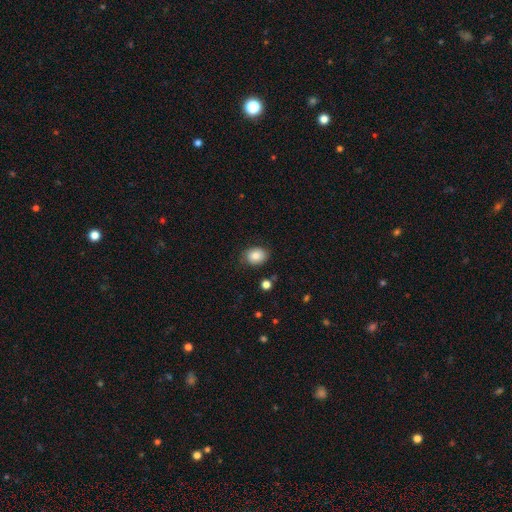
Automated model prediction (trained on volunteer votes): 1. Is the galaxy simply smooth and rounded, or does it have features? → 85% smooth, 9% star or artifact, 6% featured or disk.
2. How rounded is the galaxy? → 56% in between, 43% round, 1% cigar-shaped.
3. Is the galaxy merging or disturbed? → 83% none, 12% minor disturbance, 3% major disturbance, 2% merger.